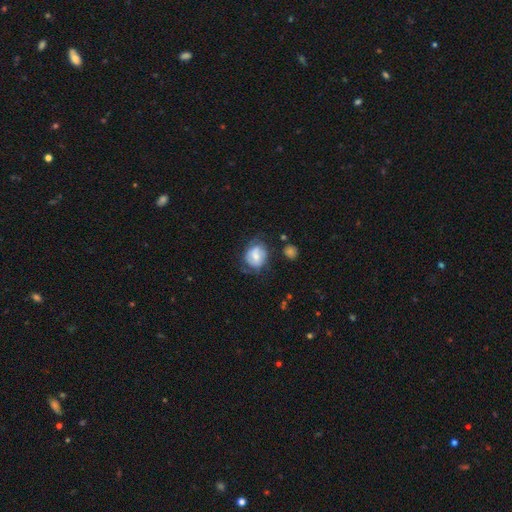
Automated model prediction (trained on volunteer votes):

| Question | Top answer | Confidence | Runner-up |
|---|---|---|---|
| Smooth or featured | smooth | 49% | featured or disk (43%) |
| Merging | none | 57% | minor disturbance (26%) |